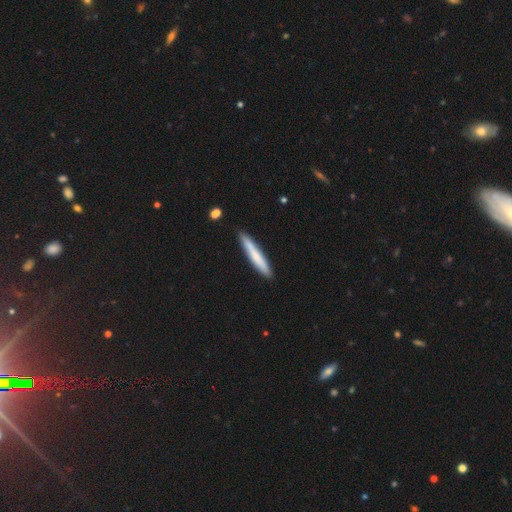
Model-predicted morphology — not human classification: A smooth galaxy with no disk features (71%) that is cigar-shaped (94%). Merging: none (86%).